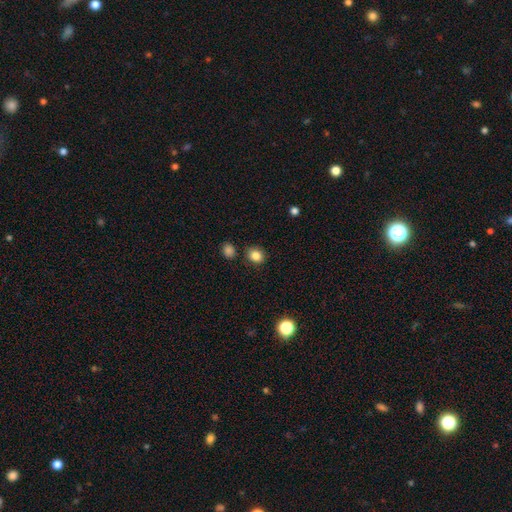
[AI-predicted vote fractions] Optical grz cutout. It shows a smooth galaxy with no disk features (85%) that is round (67%). Merging: none (83%).